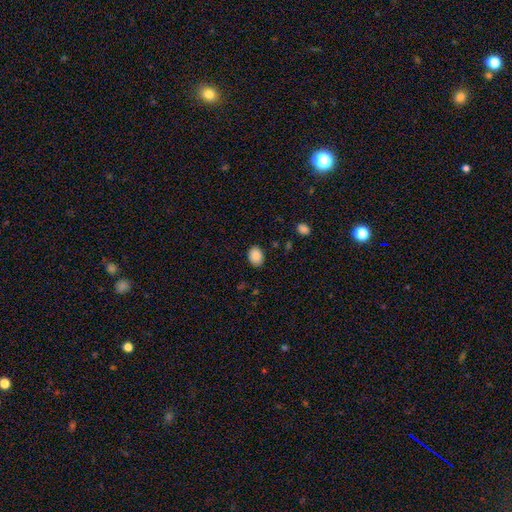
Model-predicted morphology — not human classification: This is clearly a smooth galaxy (89%). How rounded: likely in between (68%). Merging: clearly none (85%).